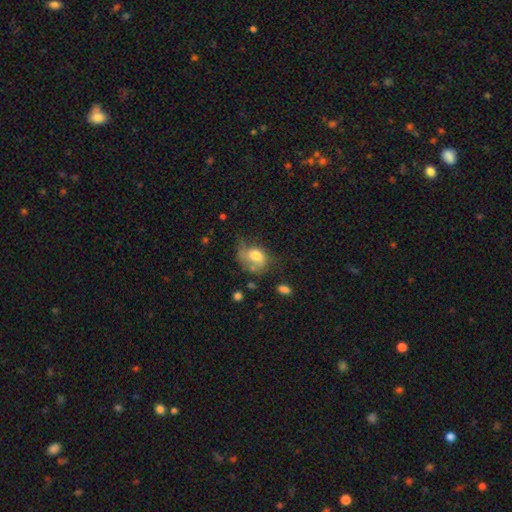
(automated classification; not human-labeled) Smooth or featured?
  - smooth: 66% *
  - featured or disk: 25%
  - star or artifact: 9%
How rounded?
  - in between: 62% *
  - round: 37%
  - cigar-shaped: 1%
Merging?
  - minor disturbance: 31% * (tied)
  - major disturbance: 31% * (tied)
  - none: 30%
  - merger: 8%